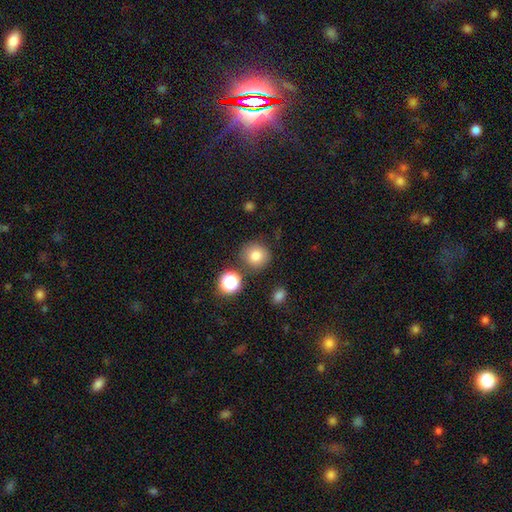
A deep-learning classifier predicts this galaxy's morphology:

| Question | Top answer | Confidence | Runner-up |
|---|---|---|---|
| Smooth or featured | smooth | 80% | star or artifact (13%) |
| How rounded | round | 91% | in between (8%) |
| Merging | none | 81% | minor disturbance (10%) |